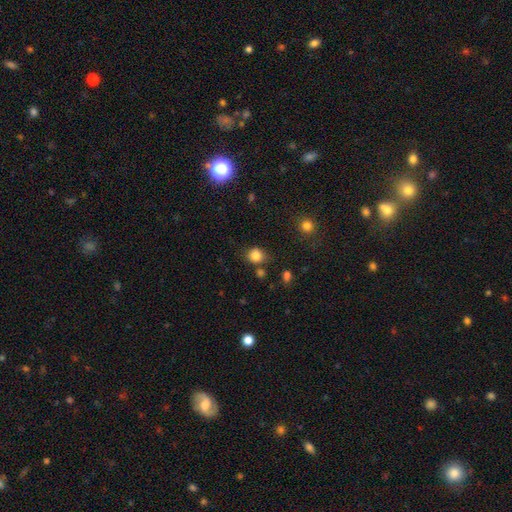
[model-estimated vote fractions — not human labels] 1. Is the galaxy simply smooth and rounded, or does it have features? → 82% smooth, 12% star or artifact, 5% featured or disk.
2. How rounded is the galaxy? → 73% round, 26% in between, 1% cigar-shaped.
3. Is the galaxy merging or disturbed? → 70% none, 18% minor disturbance, 7% merger, 5% major disturbance.